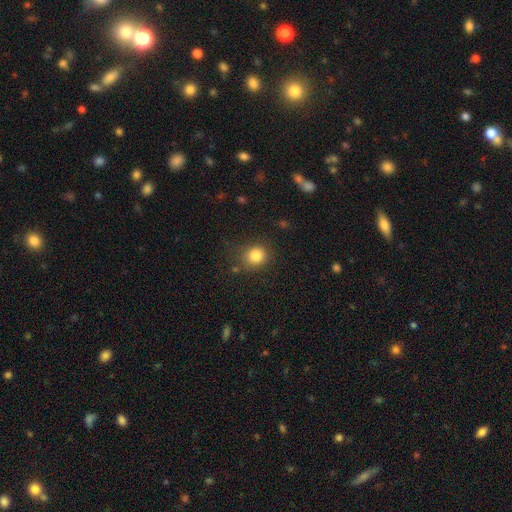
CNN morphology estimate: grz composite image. It shows a smooth galaxy with no disk features (83%) that is round (79%). Merging: none (79%).